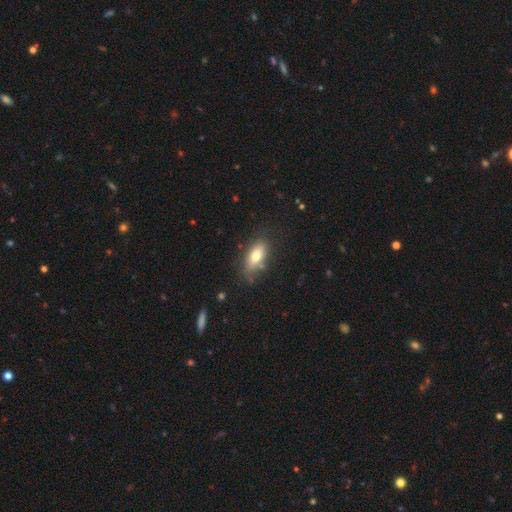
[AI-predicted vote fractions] Smooth or featured: smooth — 74% (featured or disk — 18%)
How rounded: in between — 84% (cigar-shaped — 12%)
Merging: none — 74% (minor disturbance — 18%)